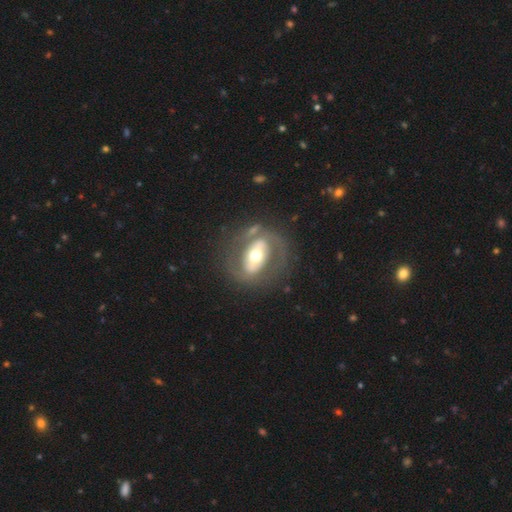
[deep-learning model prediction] Morphology: type=featured or disk (69%); edge-on=no (93%); bar=strong (41%); spiral arms=no (58%); bulge=moderate (67%); merging=none (65%).